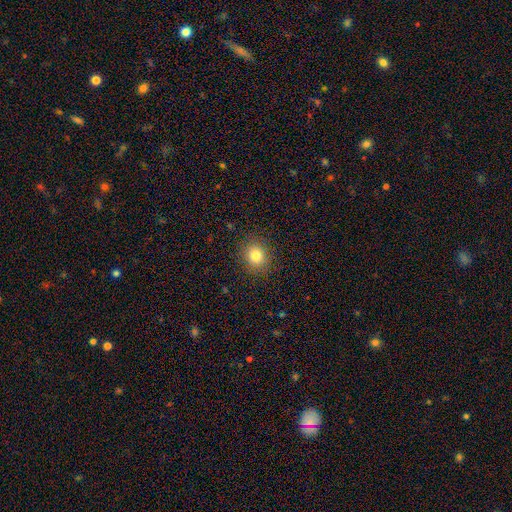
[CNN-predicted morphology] Q: Smooth or featured?
A: smooth (81%); runner-up: star or artifact (12%)
Q: How rounded?
A: round (72%); runner-up: in between (28%)
Q: Merging?
A: none (89%); runner-up: minor disturbance (8%)